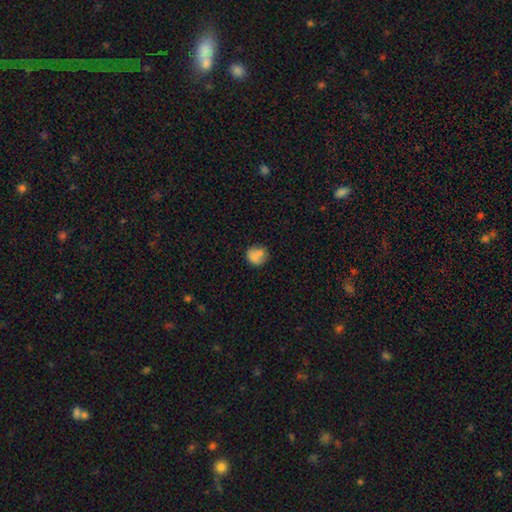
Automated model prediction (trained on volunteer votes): smooth_or_featured: smooth (p=0.77) [alt: featured or disk p=0.14]
how_rounded: round (p=0.79) [alt: in between p=0.20]
merging: none (p=0.56) [alt: merger p=0.22]